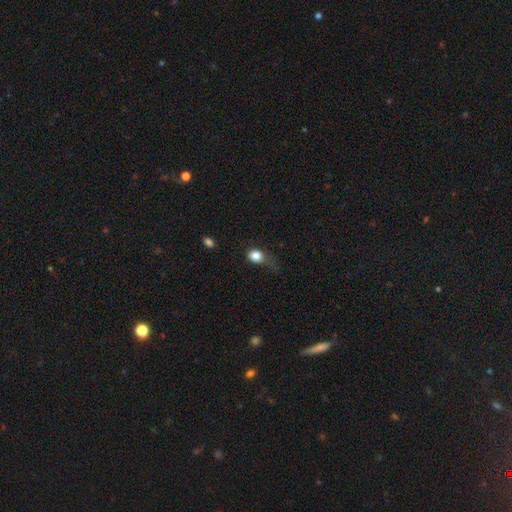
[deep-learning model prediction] smooth-or-featured: smooth: 82% | star or artifact: 10% | featured or disk: 7%
  how-rounded: round: 53% | in between: 45% | cigar-shaped: 2%
  merging: none: 34% | minor disturbance: 33% | major disturbance: 29% | merger: 3%